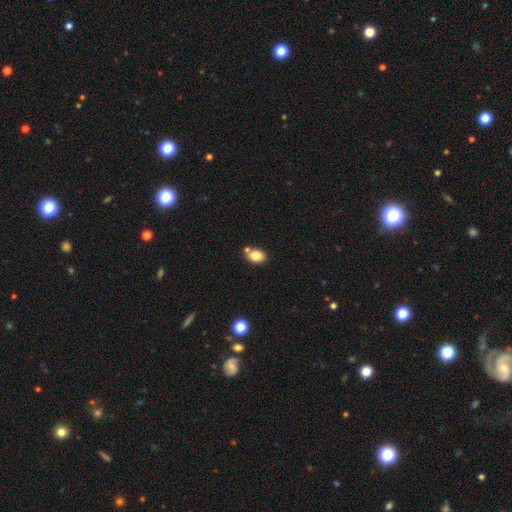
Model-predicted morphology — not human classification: Smooth or featured?
  - smooth: 82% *
  - featured or disk: 9%
  - star or artifact: 9%
How rounded?
  - in between: 74% *
  - round: 25%
  - cigar-shaped: 1%
Merging?
  - none: 64% *
  - merger: 19%
  - minor disturbance: 13%
  - major disturbance: 3%